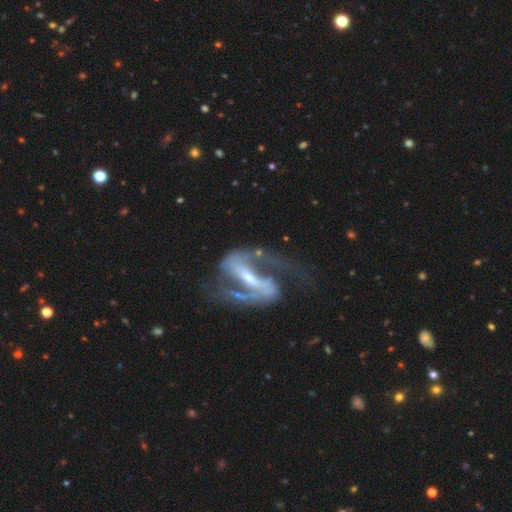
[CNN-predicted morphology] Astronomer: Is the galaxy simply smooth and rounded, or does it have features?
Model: featured or disk — 91%.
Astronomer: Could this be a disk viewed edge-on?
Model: no — 94%.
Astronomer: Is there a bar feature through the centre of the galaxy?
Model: strong — 74%.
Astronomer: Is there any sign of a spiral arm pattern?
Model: yes — 97%.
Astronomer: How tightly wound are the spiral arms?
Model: medium — 55% (runner-up: loose, 30%).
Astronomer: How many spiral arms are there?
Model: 2 — 93%.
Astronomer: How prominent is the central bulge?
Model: small — 61%.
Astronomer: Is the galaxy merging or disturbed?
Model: none — 66%.